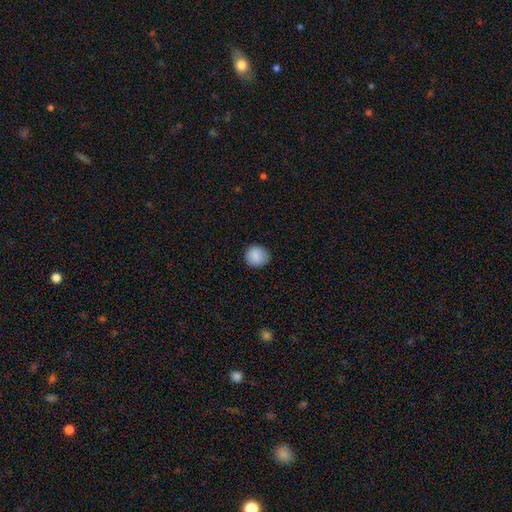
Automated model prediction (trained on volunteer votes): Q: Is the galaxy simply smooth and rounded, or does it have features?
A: smooth — 87%.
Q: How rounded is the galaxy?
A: round — 88%.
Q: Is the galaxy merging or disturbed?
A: none — 87%.